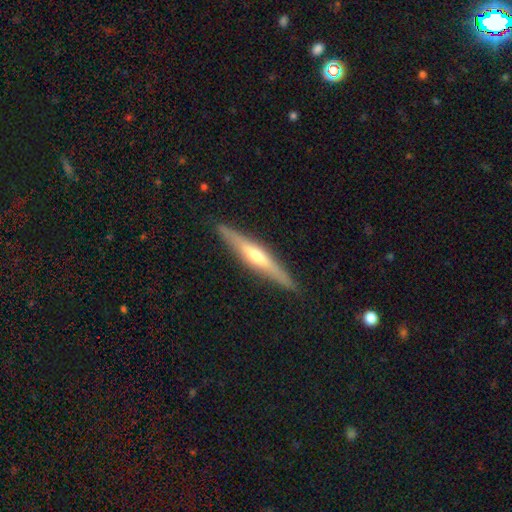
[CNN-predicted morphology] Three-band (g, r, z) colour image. It shows a featured or disk galaxy (66%) viewed edge-on (97%) with a rounded central bulge (79%). Merging: none (90%).